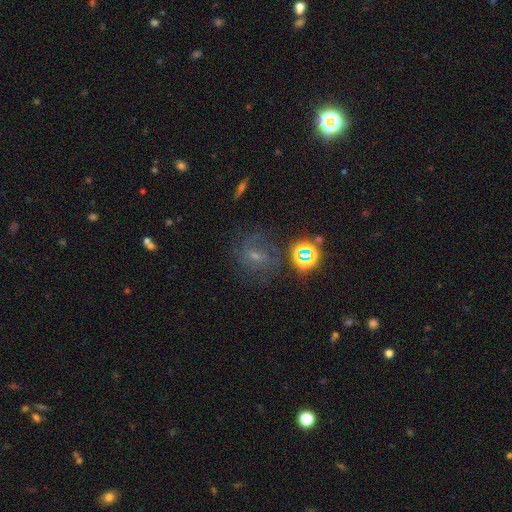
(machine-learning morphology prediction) The model was most divided on "smooth or featured": featured or disk: 42%, star or artifact: 32%, smooth: 26%. More confident: merging — none (67%).